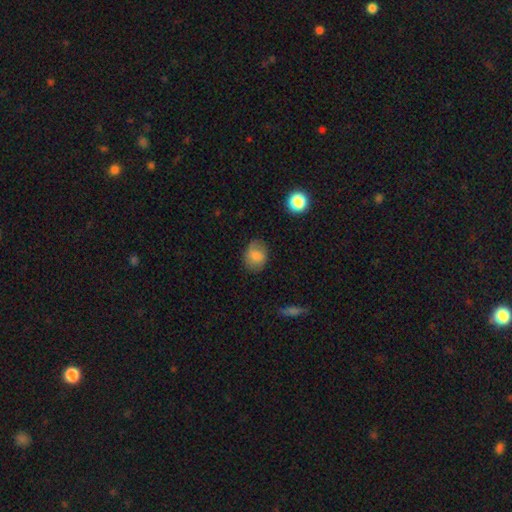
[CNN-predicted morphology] The model was most divided on "how rounded": round: 50%, in between: 49%, cigar-shaped: 1%. More confident: smooth or featured — smooth (79%); merging — none (74%).